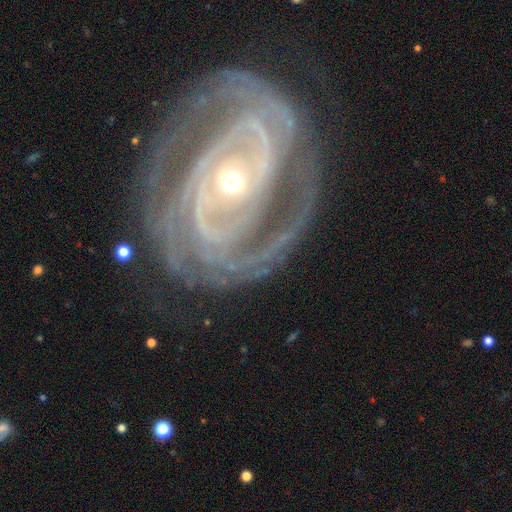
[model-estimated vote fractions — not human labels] Overall: featured or disk (91%). Edge-on disk: no (96%). Bar: no (53%; weak 24%). Spiral arms: yes (97%). Spiral arm count: 2 (35%; 3 21%). Spiral winding: tight (71%). Bulge size: moderate (58%; small 37%). Merging: none (73%).